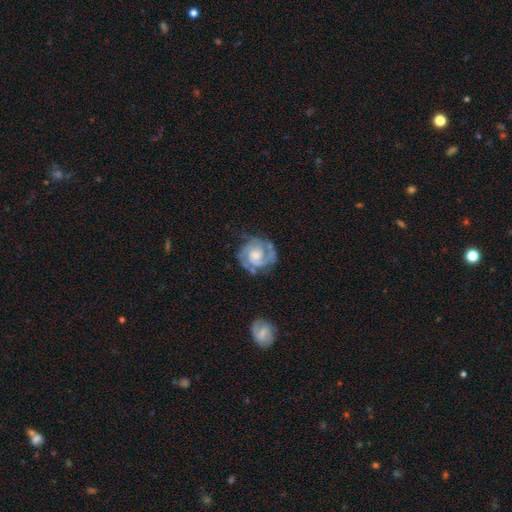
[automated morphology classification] Overall: featured or disk (87%). Edge-on disk: no (98%). Bar: no (63%; weak 31%). Spiral arms: yes (97%). Spiral arm count: 2 (75%). Spiral winding: tight (59%; medium 35%). Bulge size: moderate (47%; small 36%). Merging: none (69%).